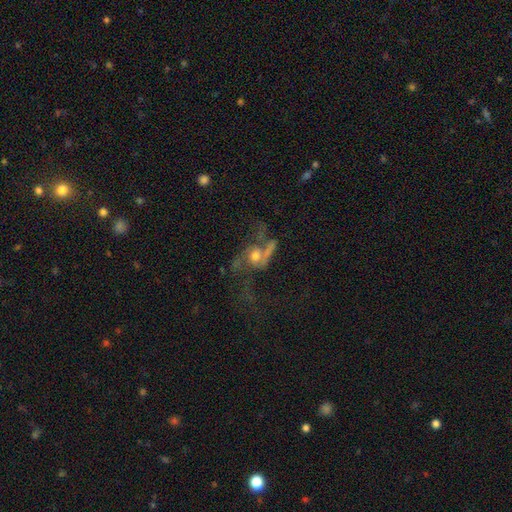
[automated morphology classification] smooth_or_featured: featured or disk (p=0.68) [alt: smooth p=0.18]
disk_edge_on: no (p=0.94) [alt: yes p=0.06]
bar: no (p=0.73) [alt: weak p=0.21]
has_spiral_arms: yes (p=0.75) [alt: no p=0.25]
bulge_size: moderate (p=0.60) [alt: small p=0.24]
merging: major disturbance (p=0.40) [alt: none p=0.33]